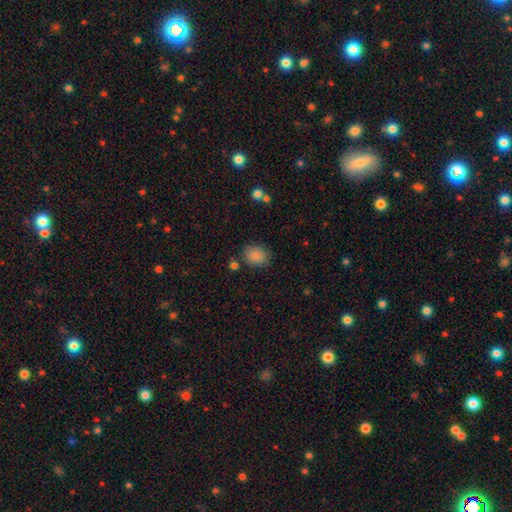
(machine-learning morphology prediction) This is clearly a smooth galaxy (86%). How rounded: possibly round (59%). Merging: likely none (79%).